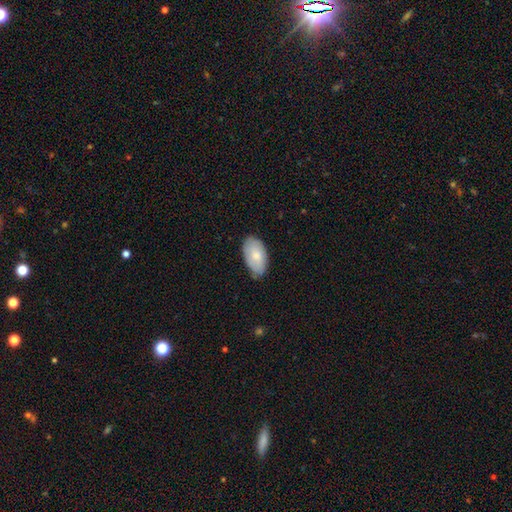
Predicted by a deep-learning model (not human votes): Q: Smooth or featured?
A: smooth (75%); runner-up: featured or disk (19%)
Q: How rounded?
A: in between (95%); runner-up: round (3%)
Q: Merging?
A: none (75%); runner-up: minor disturbance (21%)